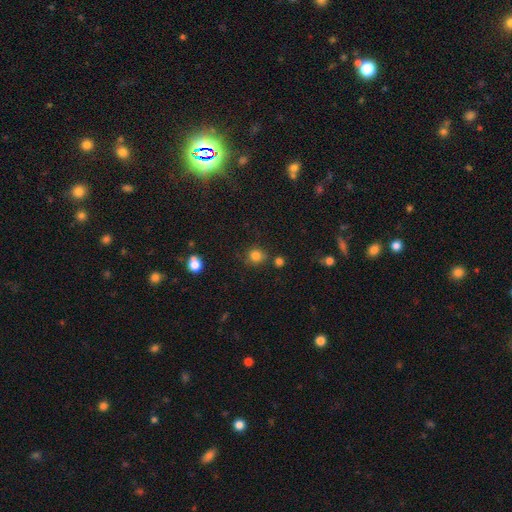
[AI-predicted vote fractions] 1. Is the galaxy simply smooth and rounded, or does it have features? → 81% smooth, 14% star or artifact, 5% featured or disk.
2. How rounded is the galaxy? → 87% round, 12% in between, 1% cigar-shaped.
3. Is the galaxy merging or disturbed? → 77% none, 12% minor disturbance, 8% merger, 4% major disturbance.